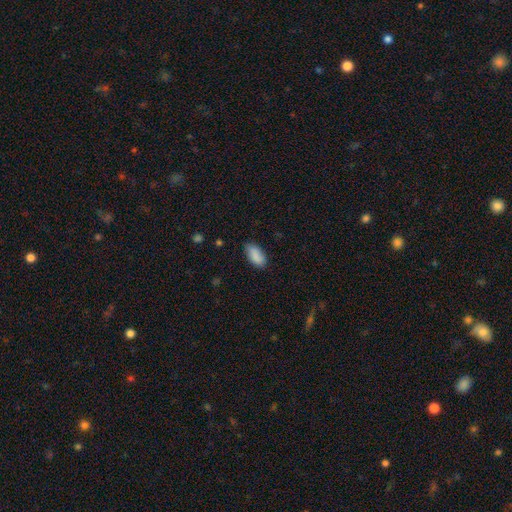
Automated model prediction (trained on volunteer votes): Morphology: type=smooth (88%); roundness=in between (93%); merging=none (82%).